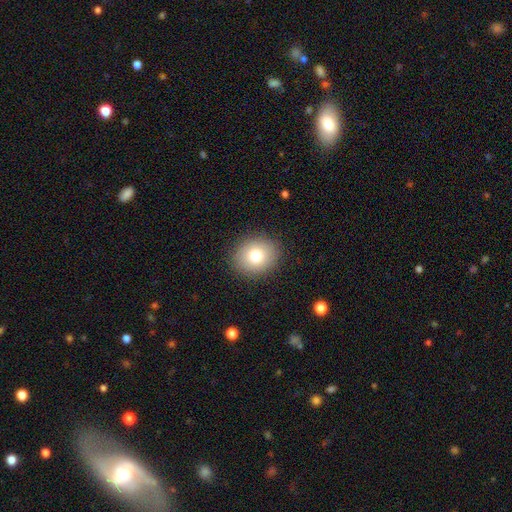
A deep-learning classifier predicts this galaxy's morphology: type=smooth (77%); roundness=round (70%); merging=none (89%).